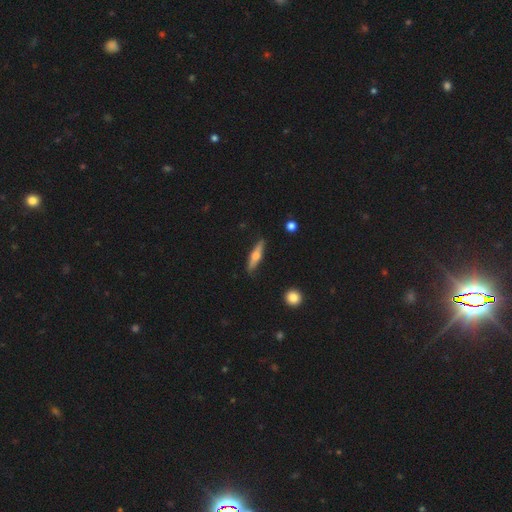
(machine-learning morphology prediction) A featured or disk galaxy (52%) viewed edge-on (94%).

Vote fractions:
- Smooth or featured? featured or disk: 52% / smooth: 43% / star or artifact: 6%
- Edge-on disk? yes: 94% / no: 6%
- Merging? none: 86% / minor disturbance: 10% / major disturbance: 2% / merger: 2%